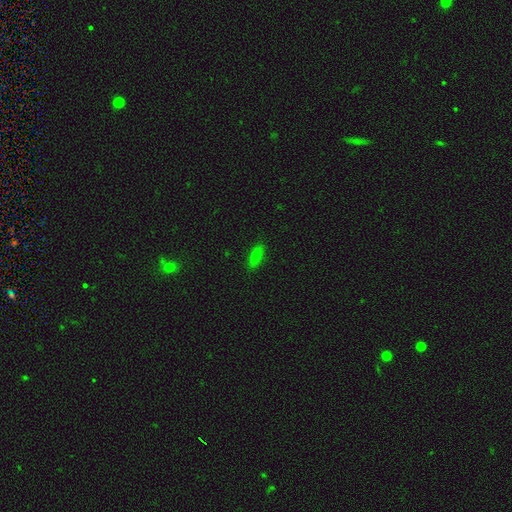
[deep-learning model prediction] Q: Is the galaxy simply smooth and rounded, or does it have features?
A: smooth — 72%.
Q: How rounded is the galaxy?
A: in between — 56%.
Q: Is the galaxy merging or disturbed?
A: none — 87%.